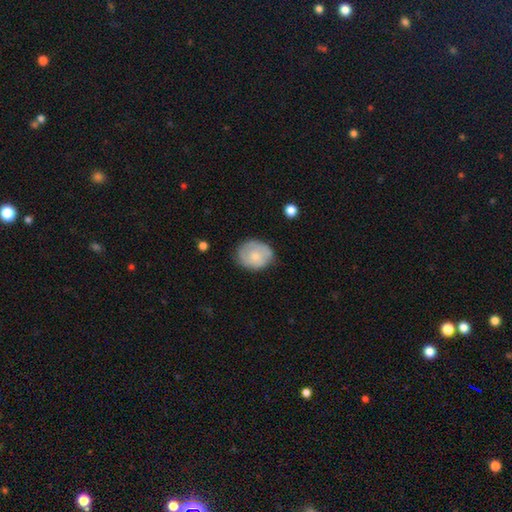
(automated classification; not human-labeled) Smooth or featured? smooth (61%)
How rounded? round (58%)
Merging? none (67%)